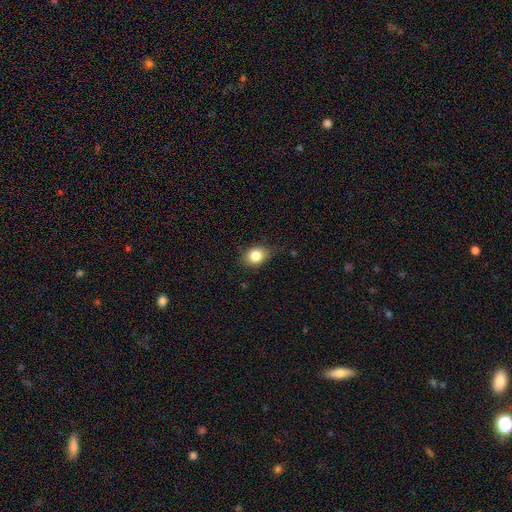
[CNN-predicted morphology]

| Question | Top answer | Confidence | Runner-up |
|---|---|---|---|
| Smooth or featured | smooth | 82% | star or artifact (10%) |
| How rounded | round | 50% | in between (49%) |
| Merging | none | 73% | minor disturbance (22%) |